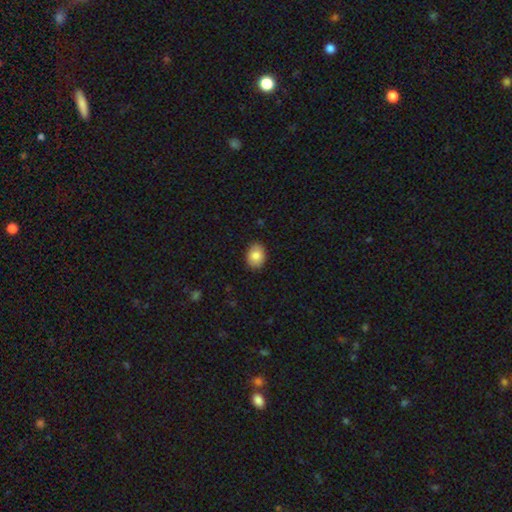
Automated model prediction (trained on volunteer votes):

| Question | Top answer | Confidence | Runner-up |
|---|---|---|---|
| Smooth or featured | smooth | 85% | featured or disk (8%) |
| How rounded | in between | 69% | round (30%) |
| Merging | none | 88% | minor disturbance (9%) |